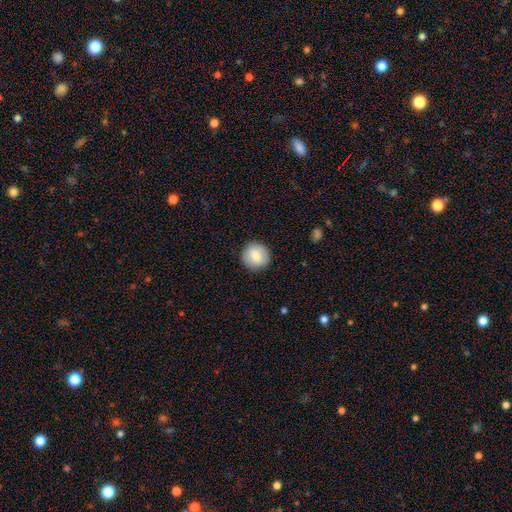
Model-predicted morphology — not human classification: smooth 79%, featured or disk 14%, star or artifact 7%. Down the decision tree: how rounded — round (90%); merging — none (89%).